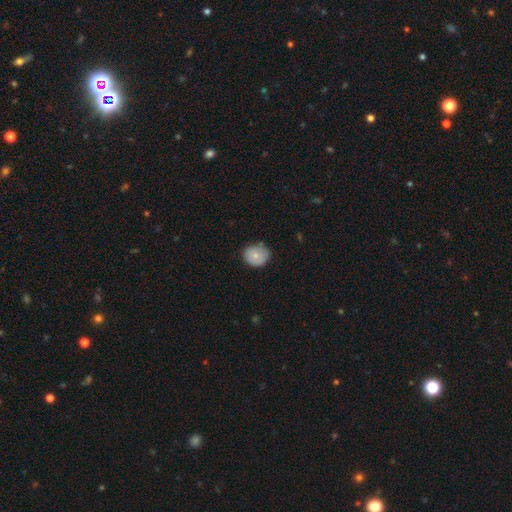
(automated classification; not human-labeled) Morphology: type=smooth (74%); roundness=round (74%); merging=none (72%).